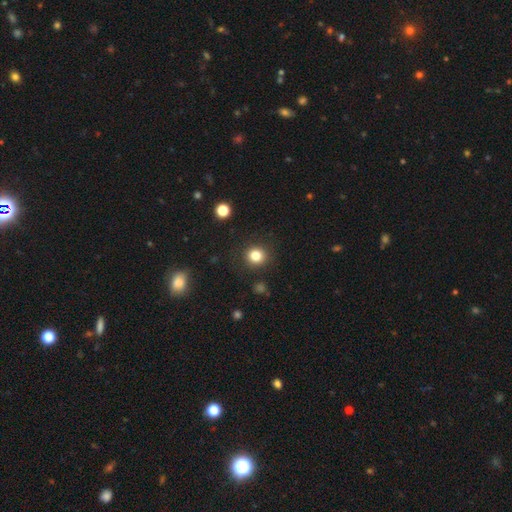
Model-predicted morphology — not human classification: This appears to be a smooth galaxy with no disk features (83%) that is round (91%). Merging: none (90%).